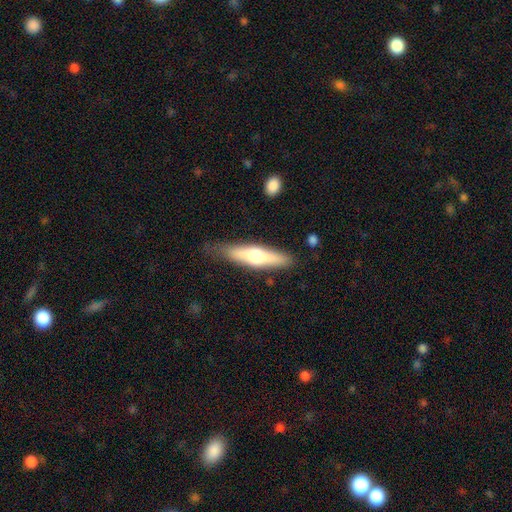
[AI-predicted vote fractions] smooth-or-featured: smooth: 53% | featured or disk: 42% | star or artifact: 6%
  how-rounded: cigar-shaped: 73% | in between: 25% | round: 2%
  merging: none: 76% | minor disturbance: 17% | major disturbance: 5% | merger: 2%